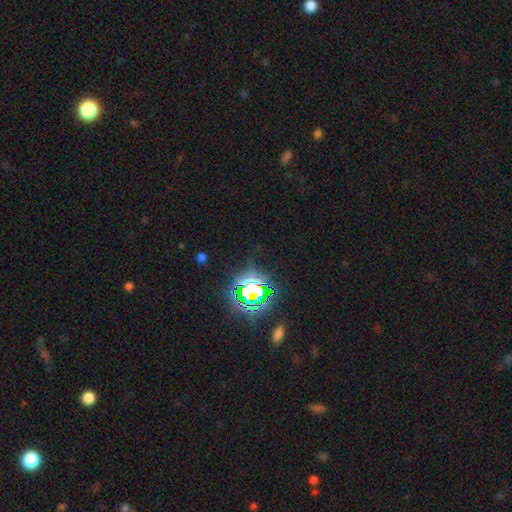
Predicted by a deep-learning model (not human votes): A star or artifact, not a galaxy (79%).